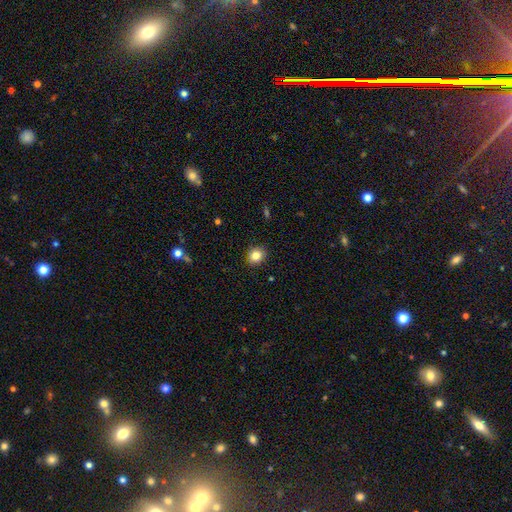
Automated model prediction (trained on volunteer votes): Smooth or featured?
  - smooth: 83% *
  - star or artifact: 10%
  - featured or disk: 6%
How rounded?
  - round: 71% *
  - in between: 28%
  - cigar-shaped: 1%
Merging?
  - none: 90% *
  - minor disturbance: 8%
  - major disturbance: 2%
  - merger: 1%